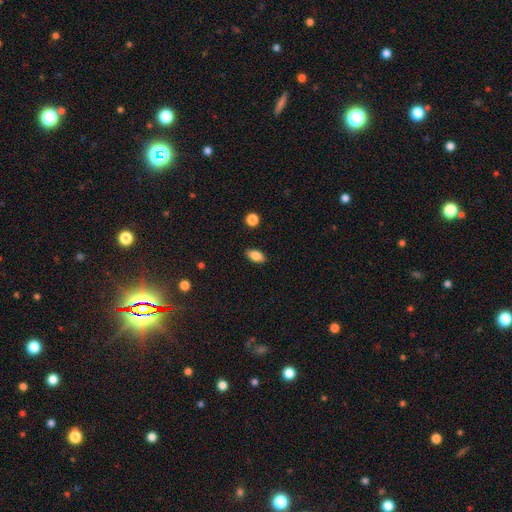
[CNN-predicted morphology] This is clearly a smooth galaxy (86%). How rounded: clearly in between (90%). Merging: clearly none (88%).